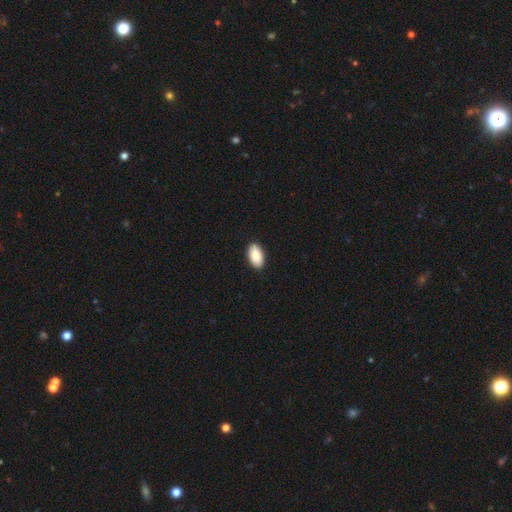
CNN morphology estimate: The model was most divided on "smooth or featured": smooth: 89%, star or artifact: 6%, featured or disk: 5%. More confident: how rounded — in between (95%); merging — none (90%).